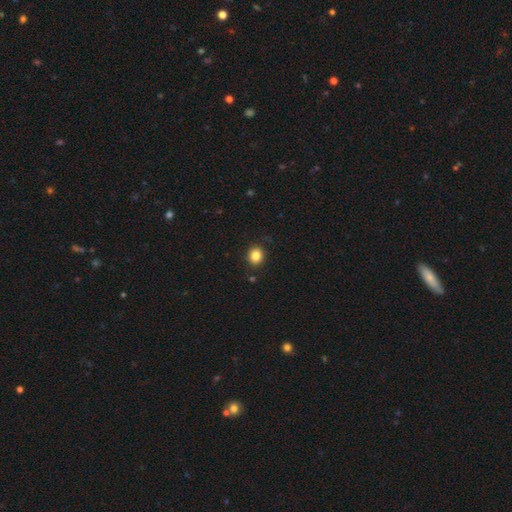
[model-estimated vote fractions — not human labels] Q: Smooth or featured?
A: smooth (84%); runner-up: star or artifact (10%)
Q: How rounded?
A: round (74%); runner-up: in between (25%)
Q: Merging?
A: none (89%); runner-up: minor disturbance (7%)